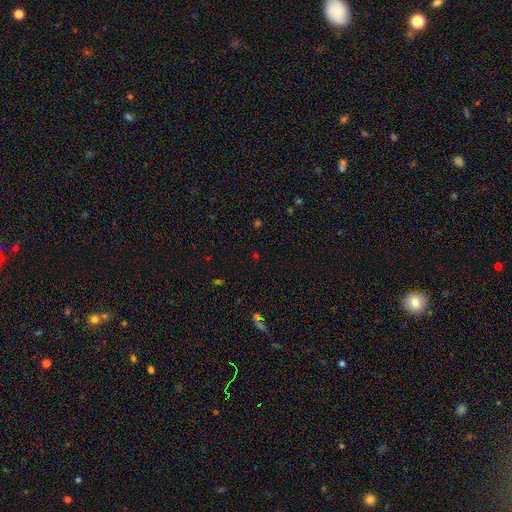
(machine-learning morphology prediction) Smooth or featured? Predicted: star or artifact (p=0.57).